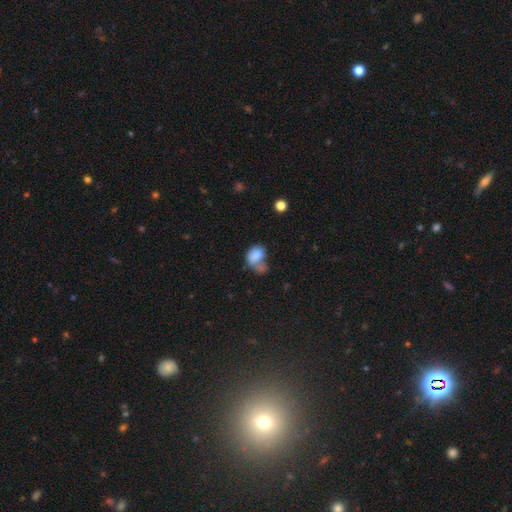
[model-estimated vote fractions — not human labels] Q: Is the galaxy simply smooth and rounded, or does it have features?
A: smooth — 79%.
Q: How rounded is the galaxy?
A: in between — 73%.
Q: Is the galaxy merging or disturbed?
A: merger — 42%.